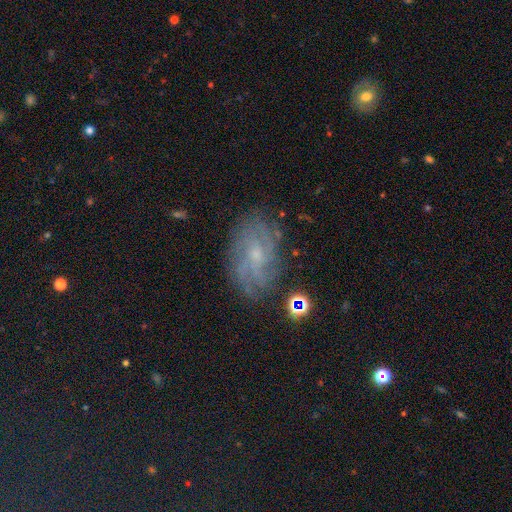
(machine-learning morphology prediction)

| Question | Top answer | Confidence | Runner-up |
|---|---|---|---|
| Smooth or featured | featured or disk | 72% | star or artifact (14%) |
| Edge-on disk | no | 96% | yes (4%) |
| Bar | no | 59% | weak (35%) |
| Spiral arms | yes | 93% | no (7%) |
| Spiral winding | tight | 53% | medium (34%) |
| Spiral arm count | can't tell | 42% | 4 (15%) |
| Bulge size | small | 71% | moderate (22%) |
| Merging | none | 76% | minor disturbance (15%) |